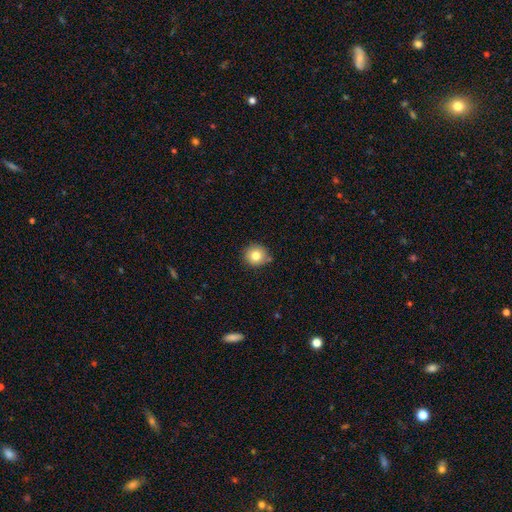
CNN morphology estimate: Smooth or featured? Predicted: smooth (p=0.81). How rounded? Predicted: round (p=0.92). Merging? Predicted: none (p=0.81).